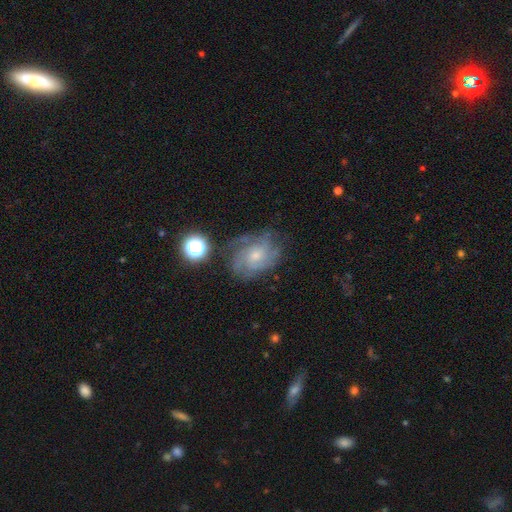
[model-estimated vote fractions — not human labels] The model was most divided on "spiral arm count": can't tell: 35%, 3: 23%, 4: 15%, 2: 15%, more than 4: 6%, 1: 6%. More confident: edge-on disk — no (97%); spiral arms — yes (94%); smooth or featured — featured or disk (78%); bar — no (71%); merging — none (69%); spiral winding — tight (58%); bulge size — small (56%).